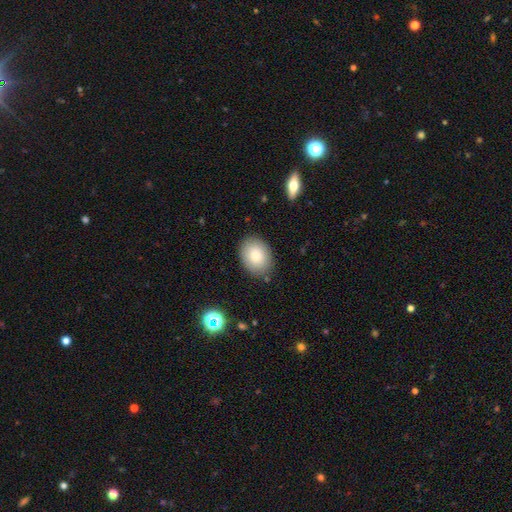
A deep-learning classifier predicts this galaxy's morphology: Smooth or featured? Predicted: smooth (p=0.82). How rounded? Predicted: in between (p=0.71). Merging? Predicted: none (p=0.84).